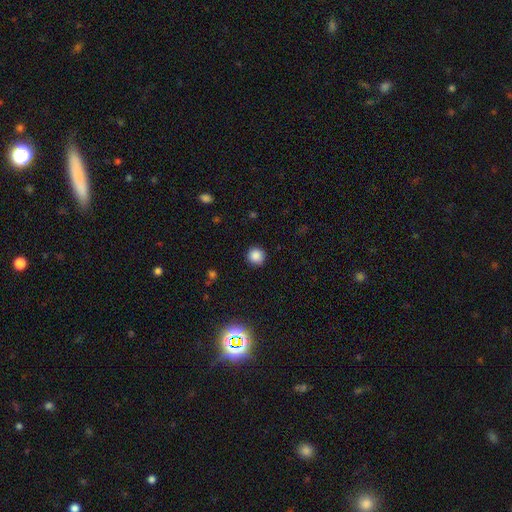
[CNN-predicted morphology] A smooth galaxy with no disk features (86%) that is round (94%). Merging: none (90%).